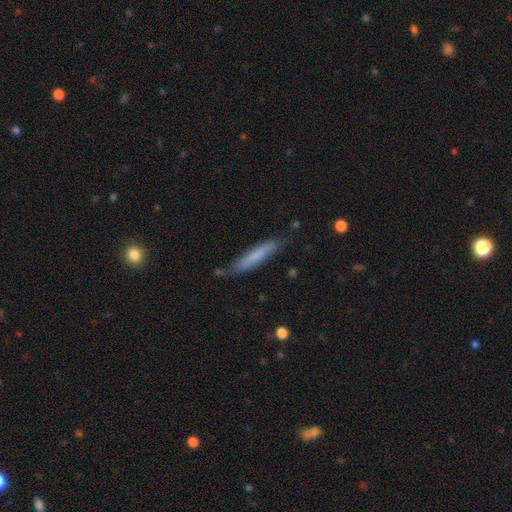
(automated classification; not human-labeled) This appears to be a smooth galaxy with no disk features (70%) that is cigar-shaped (92%). Merging: none (78%).